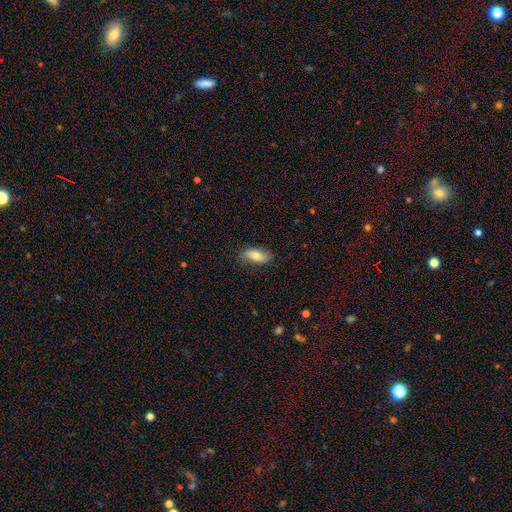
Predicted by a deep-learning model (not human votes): Smooth or featured: smooth — 71% (featured or disk — 23%)
How rounded: in between — 81% (cigar-shaped — 16%)
Merging: none — 78% (minor disturbance — 17%)